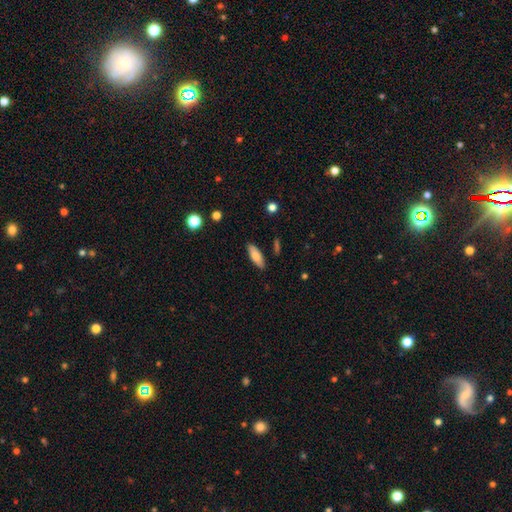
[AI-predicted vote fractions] Q: Smooth or featured?
A: smooth (79%); runner-up: featured or disk (14%)
Q: How rounded?
A: in between (67%); runner-up: cigar-shaped (30%)
Q: Merging?
A: none (87%); runner-up: minor disturbance (9%)